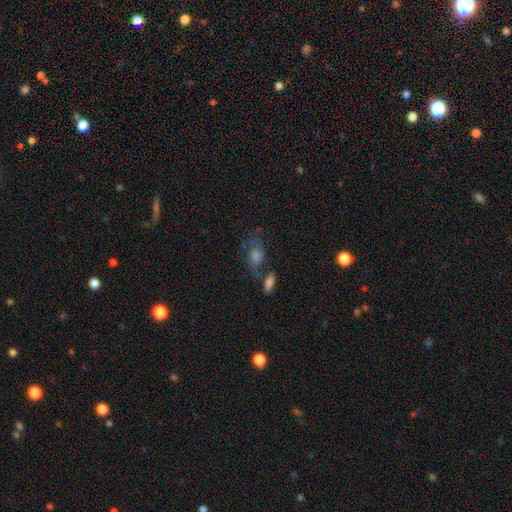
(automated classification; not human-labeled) smooth_or_featured: smooth (p=0.40) [alt: featured or disk p=0.37]
merging: none (p=0.49) [alt: merger p=0.20]